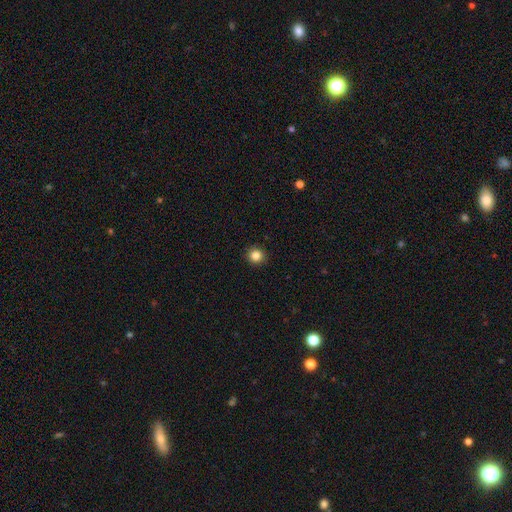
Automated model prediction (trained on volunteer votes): The model was most divided on "smooth or featured": smooth: 84%, star or artifact: 11%, featured or disk: 5%. More confident: how rounded — round (94%); merging — none (93%).